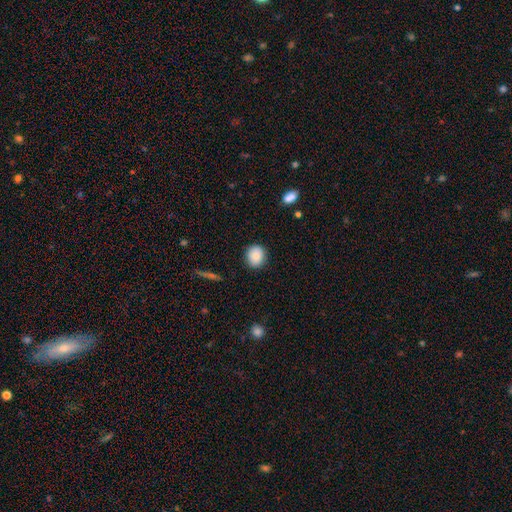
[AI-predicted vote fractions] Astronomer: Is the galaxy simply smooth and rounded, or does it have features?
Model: smooth — 87%.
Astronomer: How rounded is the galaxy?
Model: round — 72%.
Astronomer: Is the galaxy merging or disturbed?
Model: none — 88%.